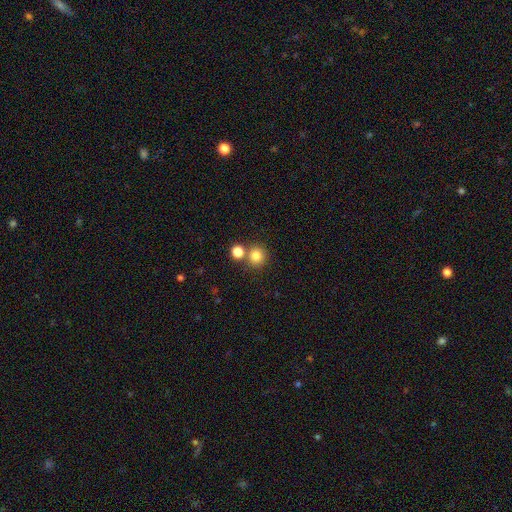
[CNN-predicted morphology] Smooth or featured?
  - smooth: 80% *
  - star or artifact: 13%
  - featured or disk: 7%
How rounded?
  - round: 92% *
  - in between: 7%
  - cigar-shaped: 1%
Merging?
  - none: 70% *
  - merger: 21%
  - minor disturbance: 7%
  - major disturbance: 3%